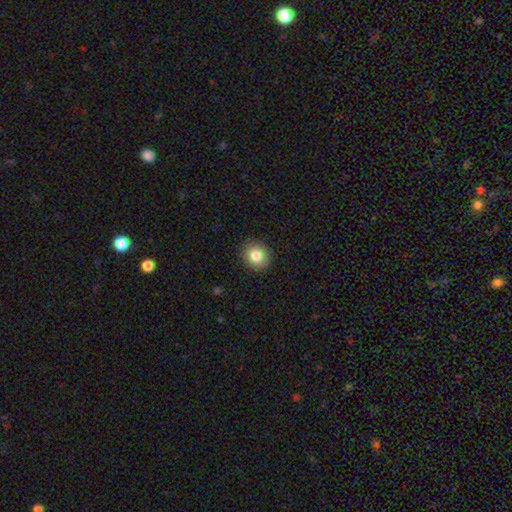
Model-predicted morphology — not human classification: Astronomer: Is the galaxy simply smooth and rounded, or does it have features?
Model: smooth — 83%.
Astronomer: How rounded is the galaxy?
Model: round — 71%.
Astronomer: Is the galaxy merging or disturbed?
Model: none — 90%.